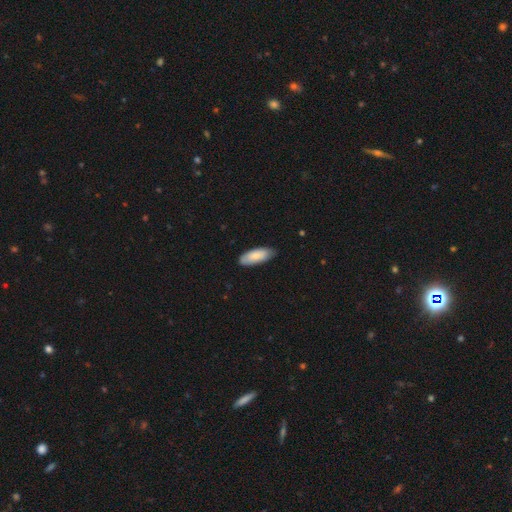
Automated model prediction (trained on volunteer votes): This appears to be a smooth galaxy with no disk features (81%) that is in between round and cigar-shaped (78%). Merging: none (80%).